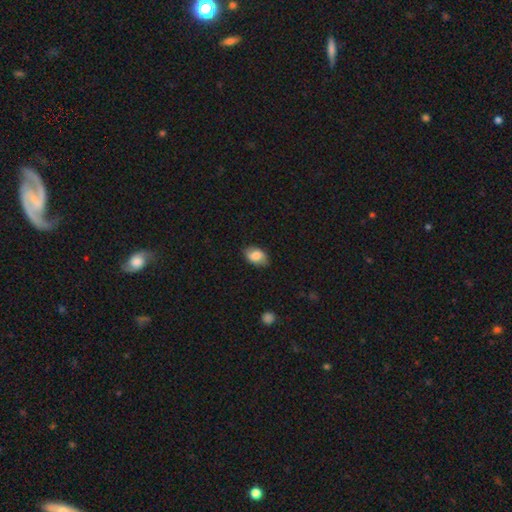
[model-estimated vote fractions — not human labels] Smooth or featured? smooth (78%)
How rounded? in between (88%)
Merging? none (82%)